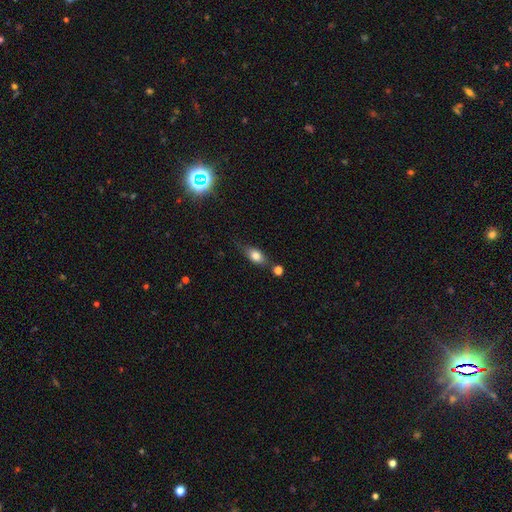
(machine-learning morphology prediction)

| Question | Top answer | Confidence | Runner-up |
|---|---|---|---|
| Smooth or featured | smooth | 74% | featured or disk (17%) |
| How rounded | in between | 75% | round (14%) |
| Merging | none | 59% | minor disturbance (23%) |